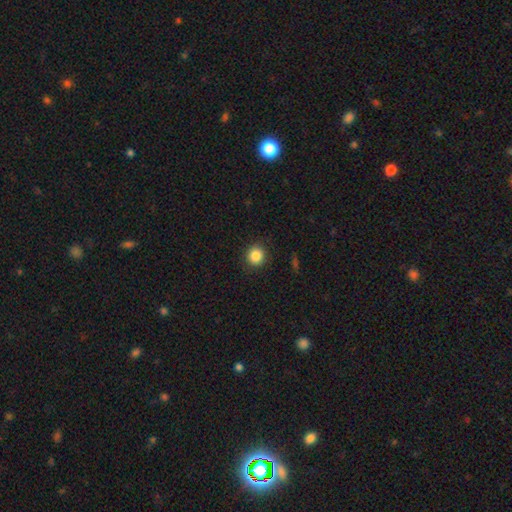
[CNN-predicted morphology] A smooth galaxy with no disk features (86%) that is round (88%). Merging: none (89%).